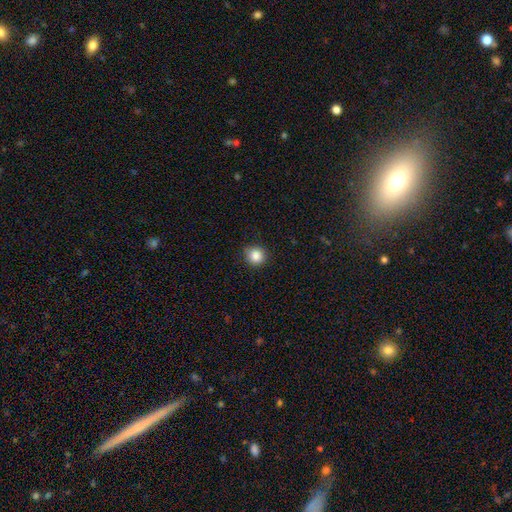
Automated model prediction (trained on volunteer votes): Smooth or featured?
  - smooth: 86% *
  - star or artifact: 10%
  - featured or disk: 4%
How rounded?
  - round: 90% *
  - in between: 10%
  - cigar-shaped: 1%
Merging?
  - none: 86% *
  - minor disturbance: 11%
  - major disturbance: 2%
  - merger: 1%